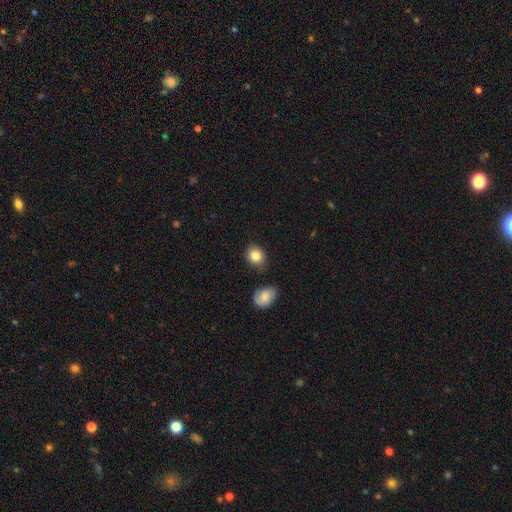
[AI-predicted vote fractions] Smooth or featured? Predicted: smooth (p=0.84). How rounded? Predicted: round (p=0.60). Merging? Predicted: none (p=0.79).